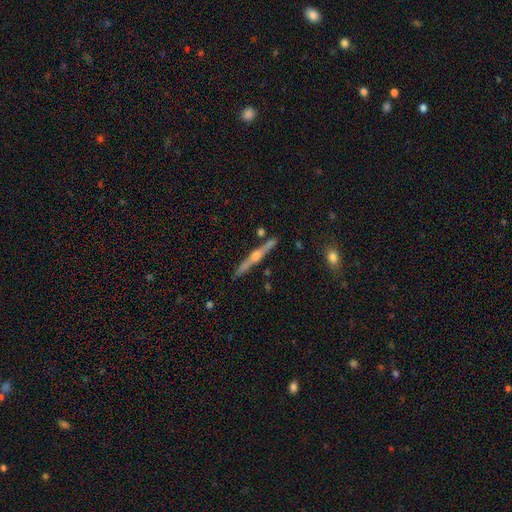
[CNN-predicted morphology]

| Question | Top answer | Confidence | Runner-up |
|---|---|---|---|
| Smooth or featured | featured or disk | 76% | smooth (17%) |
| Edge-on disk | yes | 98% | no (2%) |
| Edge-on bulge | rounded | 88% | none (6%) |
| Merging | none | 87% | minor disturbance (8%) |